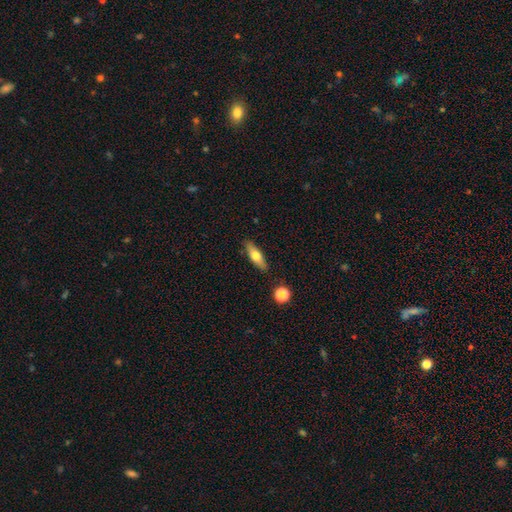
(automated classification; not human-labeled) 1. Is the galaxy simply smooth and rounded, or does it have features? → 59% smooth, 35% featured or disk, 7% star or artifact.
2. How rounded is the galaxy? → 50% in between, 47% cigar-shaped, 4% round.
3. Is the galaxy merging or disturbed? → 85% none, 10% minor disturbance, 2% merger, 2% major disturbance.